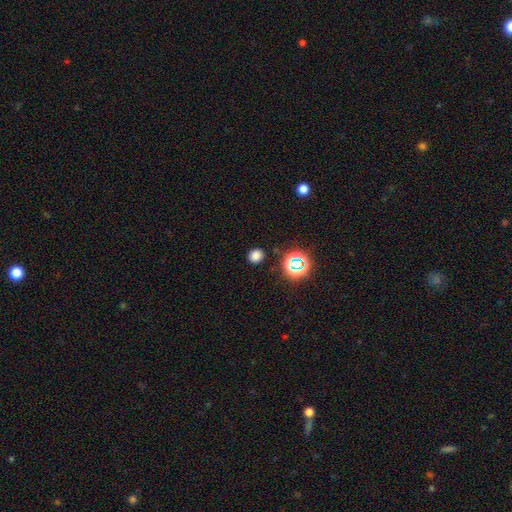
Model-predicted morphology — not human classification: Overall: smooth (75%). How rounded: round (72%). Merging: none (88%).